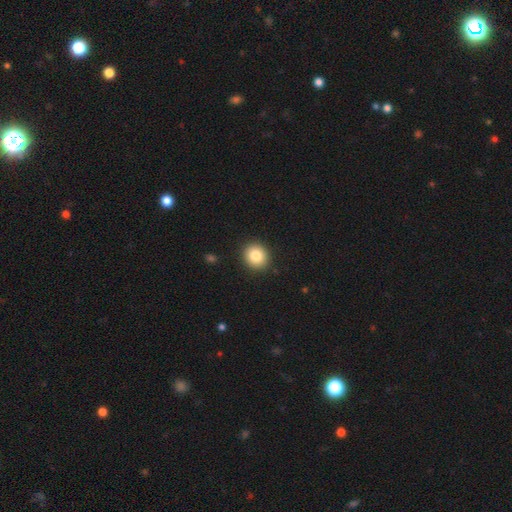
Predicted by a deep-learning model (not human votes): smooth-or-featured: smooth: 83% | star or artifact: 9% | featured or disk: 7%
  how-rounded: round: 81% | in between: 18% | cigar-shaped: 1%
  merging: none: 91% | minor disturbance: 6% | major disturbance: 2% | merger: 1%